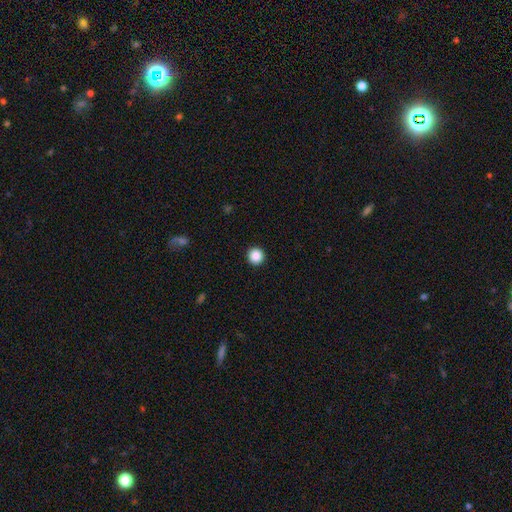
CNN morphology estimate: Q: Smooth or featured?
A: smooth (88%); runner-up: star or artifact (10%)
Q: How rounded?
A: round (96%); runner-up: in between (3%)
Q: Merging?
A: none (94%); runner-up: minor disturbance (4%)